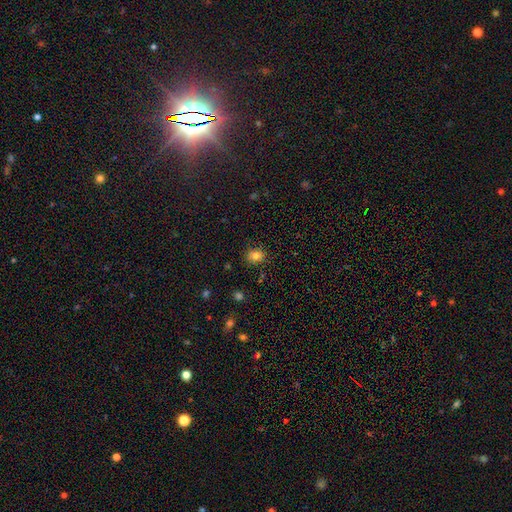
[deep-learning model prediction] Smooth or featured: smooth — 81% (star or artifact — 12%)
How rounded: round — 61% (in between — 39%)
Merging: none — 86% (minor disturbance — 10%)